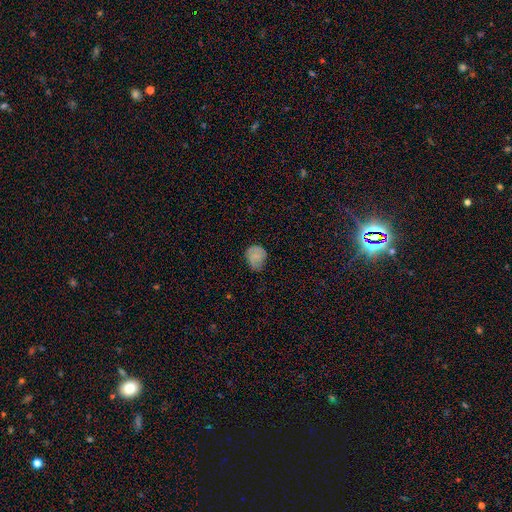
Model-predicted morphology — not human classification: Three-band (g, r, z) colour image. It shows a smooth galaxy with no disk features (66%) that is round (65%). Merging: none (57%).